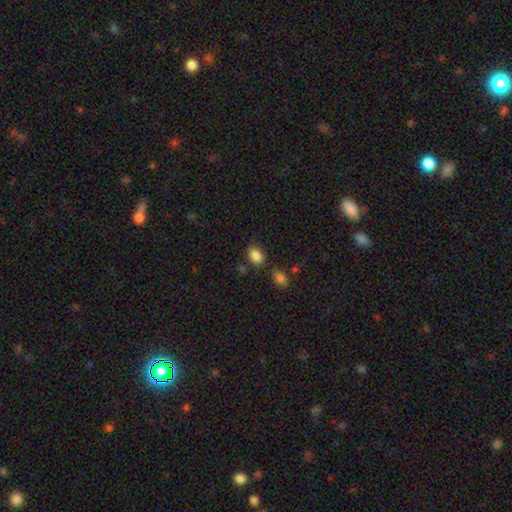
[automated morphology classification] Smooth or featured: smooth — 86% (star or artifact — 9%)
How rounded: in between — 78% (round — 21%)
Merging: none — 76% (minor disturbance — 14%)